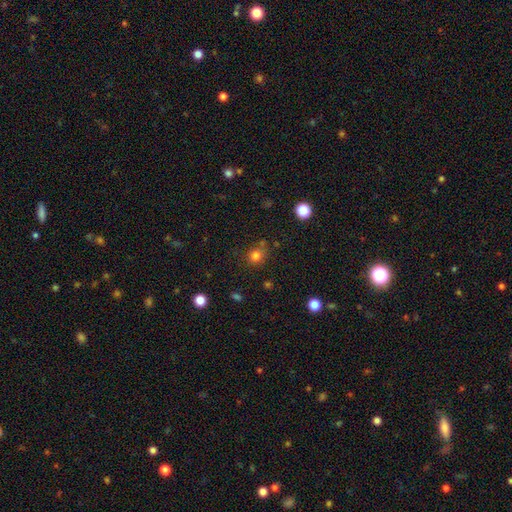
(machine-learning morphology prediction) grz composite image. It shows a smooth galaxy with no disk features (79%) that is round (80%). Merging: none (71%).